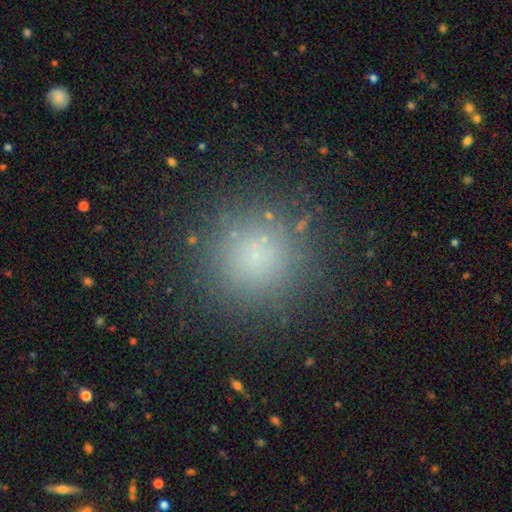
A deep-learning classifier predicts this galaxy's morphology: Smooth or featured? Predicted: smooth (p=0.70). How rounded? Predicted: round (p=0.94). Merging? Predicted: none (p=0.86).